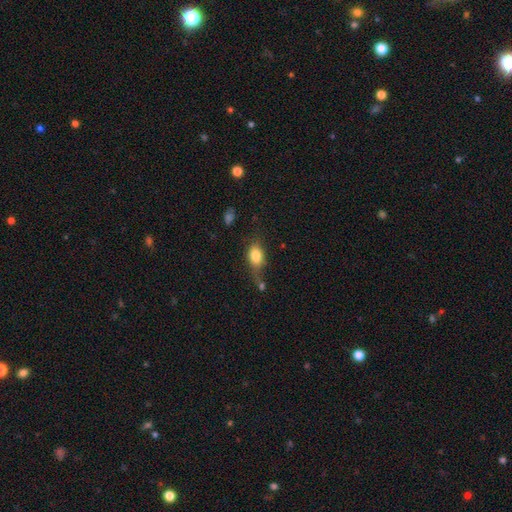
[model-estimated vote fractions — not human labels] Smooth or featured?
  - smooth: 80% *
  - featured or disk: 12%
  - star or artifact: 9%
How rounded?
  - in between: 75% *
  - round: 21%
  - cigar-shaped: 4%
Merging?
  - none: 46% *
  - minor disturbance: 26%
  - major disturbance: 15%
  - merger: 13%